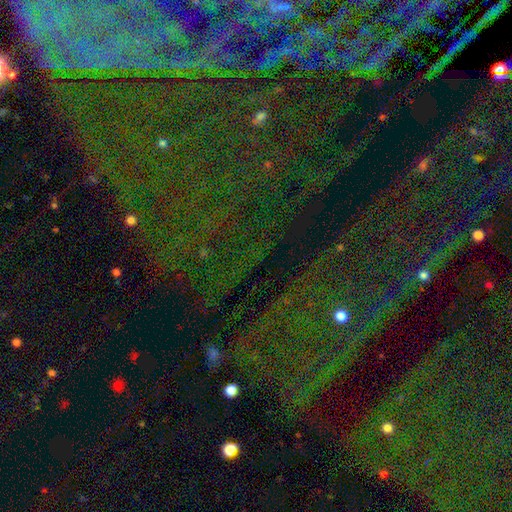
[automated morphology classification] Smooth or featured: star or artifact — 79% (smooth — 11%)